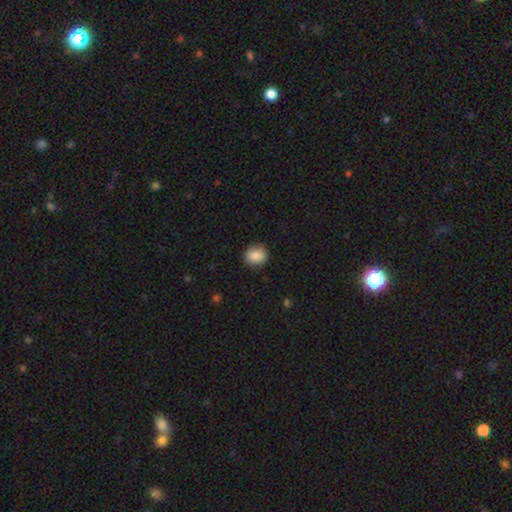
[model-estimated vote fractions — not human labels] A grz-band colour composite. It shows a smooth galaxy with no disk features (87%) that is round (72%). Merging: none (85%).